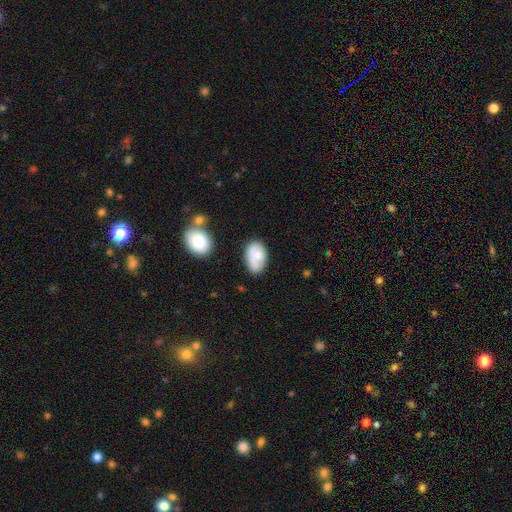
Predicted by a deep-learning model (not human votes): smooth_or_featured: smooth (p=0.69) [alt: featured or disk p=0.24]
how_rounded: in between (p=0.90) [alt: round p=0.09]
merging: none (p=0.57) [alt: minor disturbance p=0.27]